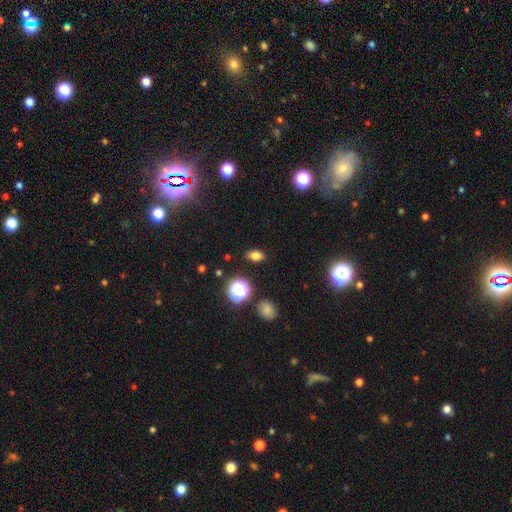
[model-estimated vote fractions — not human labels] A smooth galaxy with no disk features (77%) that is in between round and cigar-shaped (80%).

Vote fractions:
- Smooth or featured? smooth: 77% / star or artifact: 17% / featured or disk: 6%
- How rounded? in between: 80% / round: 18% / cigar-shaped: 2%
- Merging? none: 85% / minor disturbance: 10% / major disturbance: 3% / merger: 2%